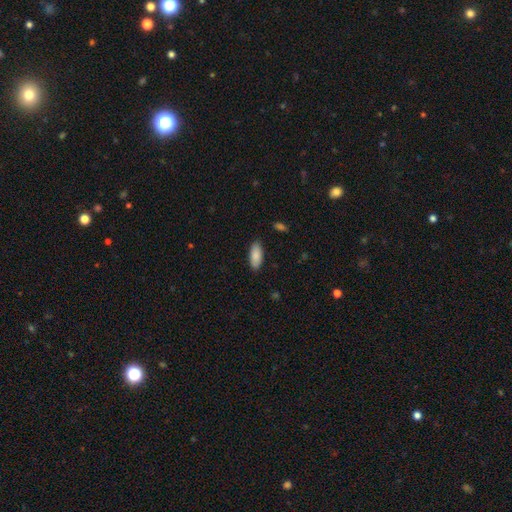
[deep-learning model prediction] A smooth galaxy with no disk features (87%) that is in between round and cigar-shaped (86%).

Vote fractions:
- Smooth or featured? smooth: 87% / featured or disk: 7% / star or artifact: 6%
- How rounded? in between: 86% / cigar-shaped: 13% / round: 2%
- Merging? none: 87% / minor disturbance: 9% / major disturbance: 2% / merger: 1%